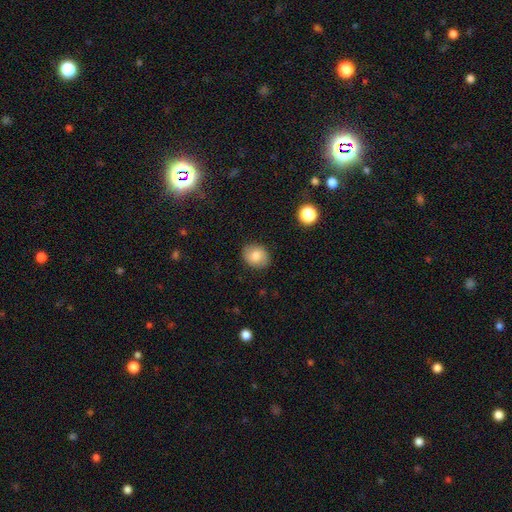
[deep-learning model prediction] Smooth or featured?
  - smooth: 72% *
  - featured or disk: 19%
  - star or artifact: 9%
How rounded?
  - round: 58% *
  - in between: 41%
  - cigar-shaped: 1%
Merging?
  - none: 85% *
  - minor disturbance: 11%
  - major disturbance: 3%
  - merger: 1%